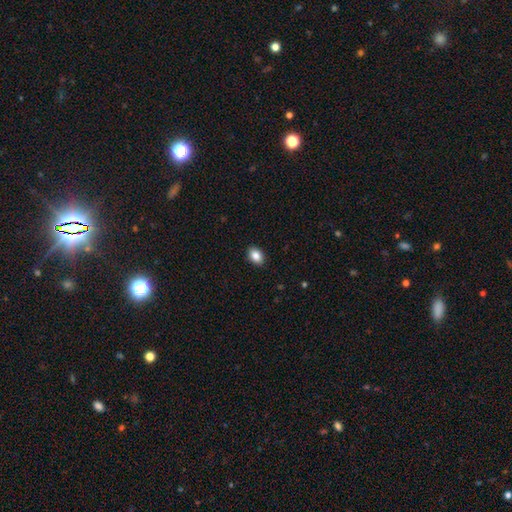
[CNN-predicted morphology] This is clearly a smooth galaxy (86%). How rounded: likely in between (79%). Merging: clearly none (90%).